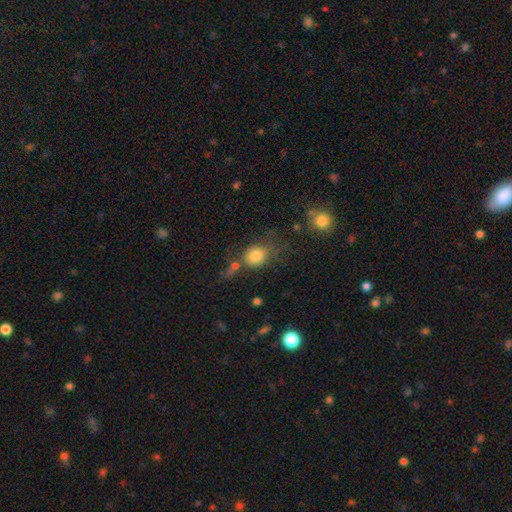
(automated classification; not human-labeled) Smooth or featured? smooth (79%)
How rounded? round (52%)
Merging? none (48%)